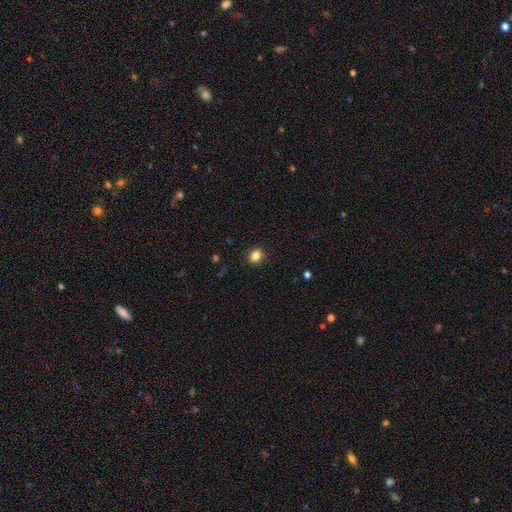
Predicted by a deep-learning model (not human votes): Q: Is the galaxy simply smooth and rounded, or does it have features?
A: smooth — 85%.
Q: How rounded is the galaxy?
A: round — 63%.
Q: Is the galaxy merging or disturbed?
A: none — 90%.